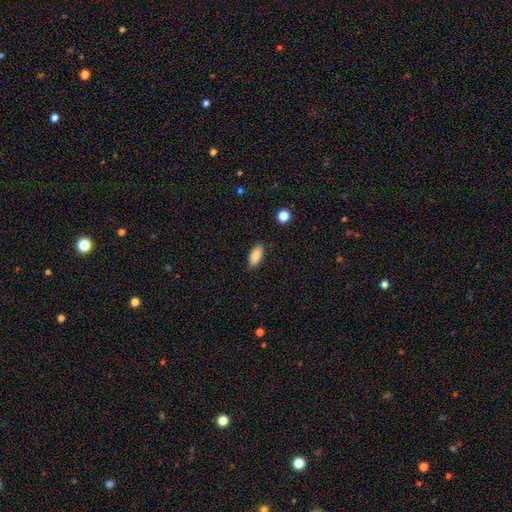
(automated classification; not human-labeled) Smooth or featured: smooth — 88% (star or artifact — 7%)
How rounded: in between — 88% (cigar-shaped — 9%)
Merging: none — 84% (minor disturbance — 12%)